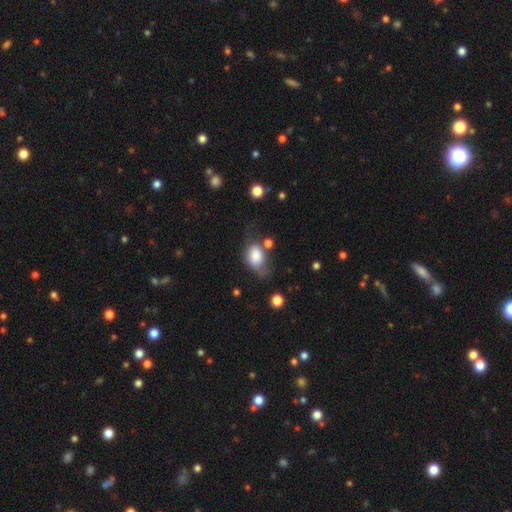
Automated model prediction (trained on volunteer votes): The model was most divided on "merging": minor disturbance: 33%, none: 31%, major disturbance: 26%, merger: 10%. More confident: how rounded — in between (81%); smooth or featured — smooth (78%).